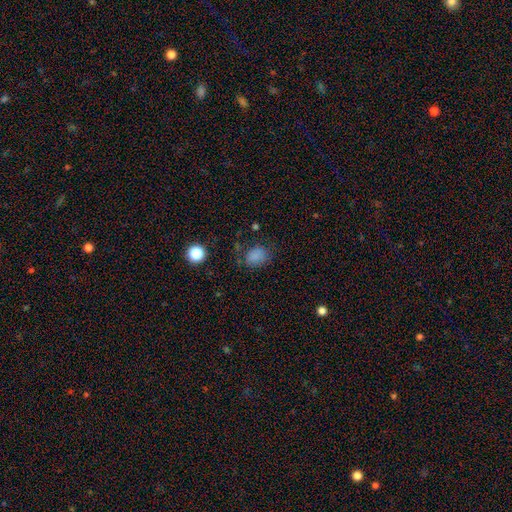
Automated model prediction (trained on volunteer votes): Smooth or featured?
  - smooth: 80% *
  - star or artifact: 15%
  - featured or disk: 6%
How rounded?
  - in between: 57% *
  - round: 42%
  - cigar-shaped: 1%
Merging?
  - none: 68% *
  - minor disturbance: 21%
  - major disturbance: 8%
  - merger: 3%